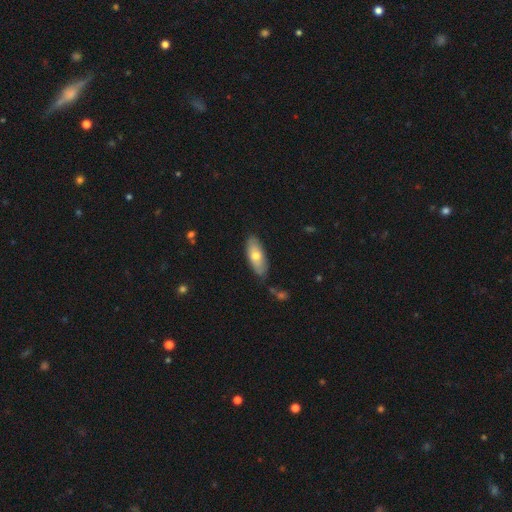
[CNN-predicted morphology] Q: Smooth or featured?
A: smooth (66%); runner-up: featured or disk (28%)
Q: How rounded?
A: in between (79%); runner-up: cigar-shaped (18%)
Q: Merging?
A: none (80%); runner-up: minor disturbance (15%)